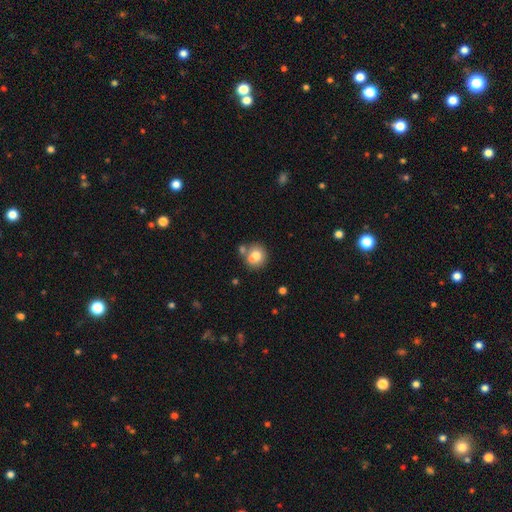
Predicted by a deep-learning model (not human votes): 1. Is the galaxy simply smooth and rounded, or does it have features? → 74% smooth, 16% featured or disk, 10% star or artifact.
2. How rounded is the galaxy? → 78% round, 21% in between, 1% cigar-shaped.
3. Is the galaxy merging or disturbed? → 53% none, 31% merger, 12% minor disturbance, 4% major disturbance.